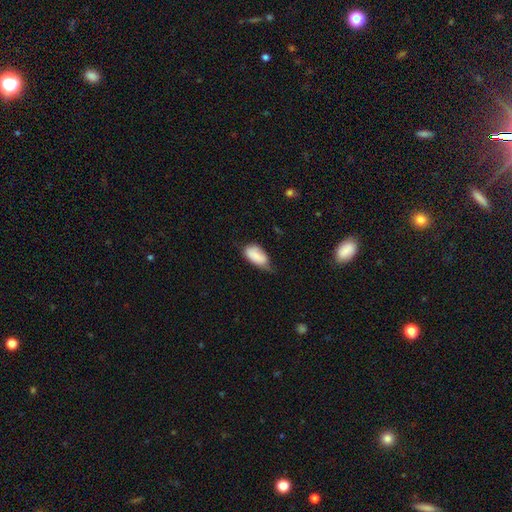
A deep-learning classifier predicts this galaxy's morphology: A smooth galaxy with no disk features (83%) that is in between round and cigar-shaped (92%).

Vote fractions:
- Smooth or featured? smooth: 83% / featured or disk: 10% / star or artifact: 7%
- How rounded? in between: 92% / cigar-shaped: 4% / round: 3%
- Merging? minor disturbance: 50% / none: 31% / major disturbance: 16% / merger: 3%